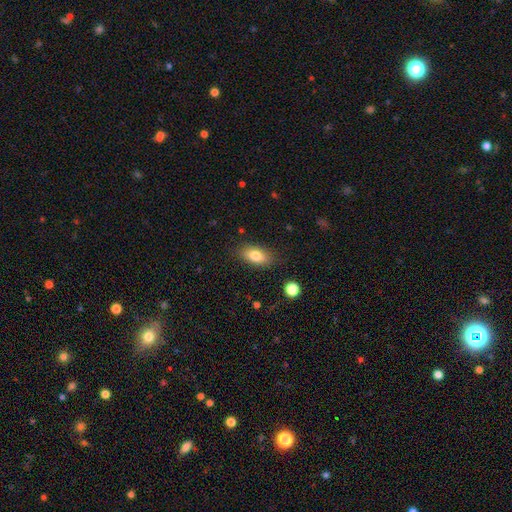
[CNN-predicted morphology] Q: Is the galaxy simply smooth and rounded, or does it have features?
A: smooth — 80%.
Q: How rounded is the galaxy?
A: in between — 86%.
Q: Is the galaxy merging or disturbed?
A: none — 84%.